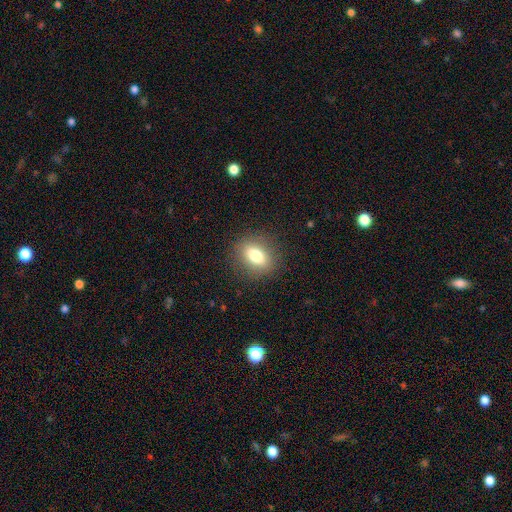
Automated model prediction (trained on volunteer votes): smooth-or-featured: smooth: 77% | featured or disk: 13% | star or artifact: 10%
  how-rounded: in between: 64% | round: 33% | cigar-shaped: 3%
  merging: none: 87% | minor disturbance: 9% | major disturbance: 3% | merger: 1%